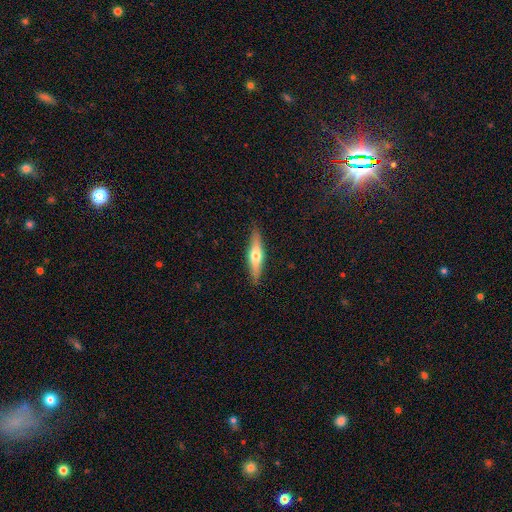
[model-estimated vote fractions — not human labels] A smooth galaxy with no disk features (47%, tied with featured or disk).

Vote fractions:
- Smooth or featured? smooth: 47% (tied) / featured or disk: 47% (tied) / star or artifact: 6%
- Merging? none: 88% / minor disturbance: 9% / major disturbance: 2% / merger: 1%